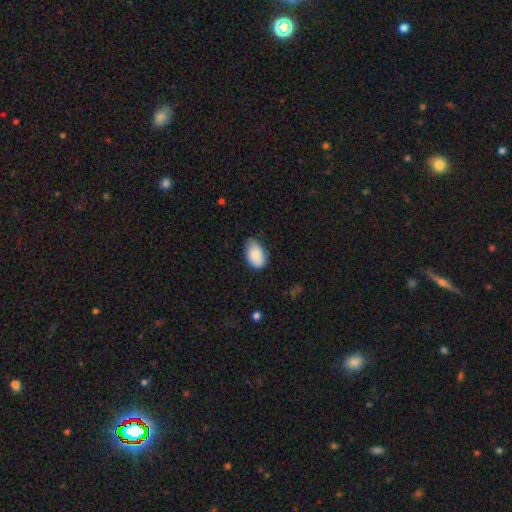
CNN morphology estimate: This is clearly a smooth galaxy (84%). How rounded: clearly in between (92%). Merging: likely none (68%).